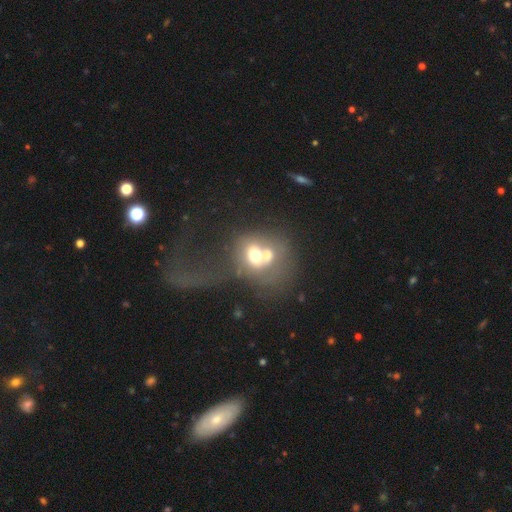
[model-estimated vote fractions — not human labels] A smooth galaxy with no disk features (52%) that is round (57%).

Vote fractions:
- Smooth or featured? smooth: 52% / featured or disk: 35% / star or artifact: 13%
- How rounded? round: 57% / in between: 42% / cigar-shaped: 1%
- Merging? merger: 57% / major disturbance: 17% / none: 17% / minor disturbance: 8%